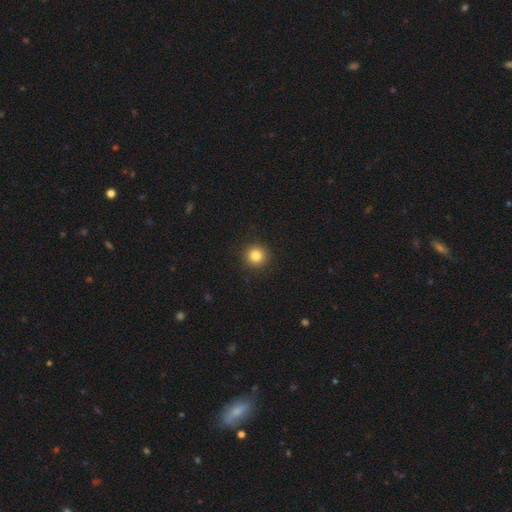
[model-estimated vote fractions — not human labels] smooth-or-featured: smooth: 84% | star or artifact: 11% | featured or disk: 5%
  how-rounded: round: 95% | in between: 4% | cigar-shaped: 1%
  merging: none: 93% | minor disturbance: 5% | major disturbance: 2% | merger: 1%